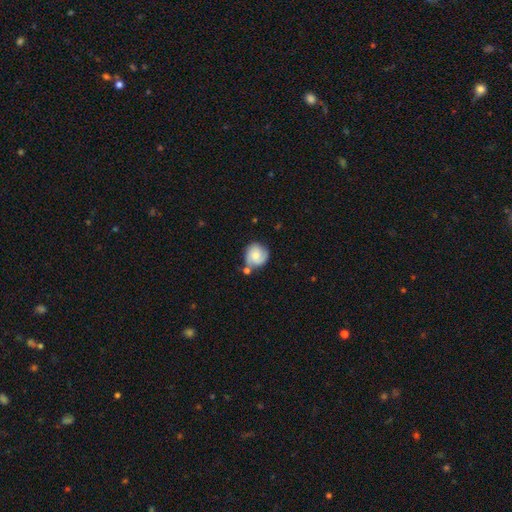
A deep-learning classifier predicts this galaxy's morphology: A smooth galaxy with no disk features (51%) that is round (85%). Merging: none (55%).